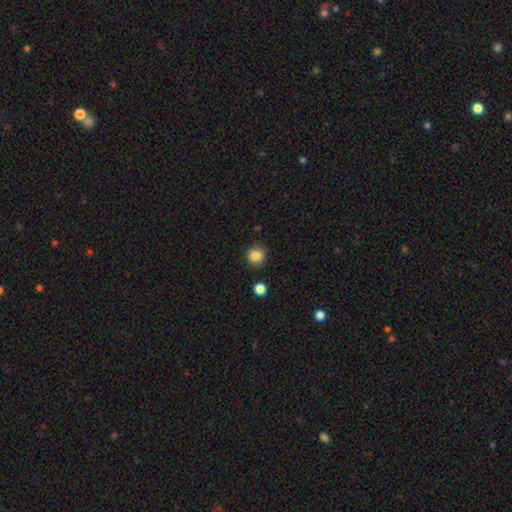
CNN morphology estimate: Smooth or featured: smooth — 85% (star or artifact — 10%)
How rounded: round — 92% (in between — 7%)
Merging: none — 89% (minor disturbance — 7%)